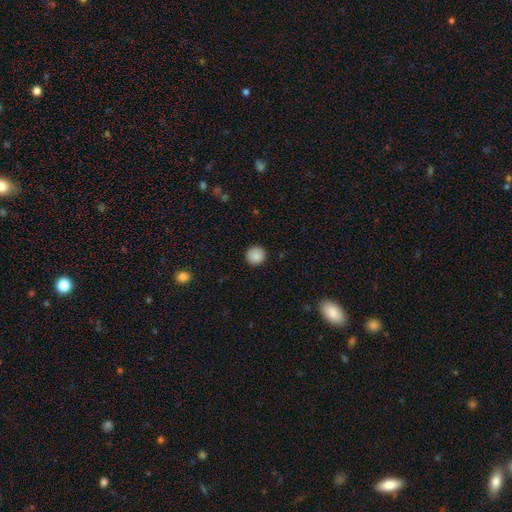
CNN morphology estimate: smooth_or_featured: smooth (p=0.88) [alt: star or artifact p=0.08]
how_rounded: round (p=0.93) [alt: in between p=0.06]
merging: none (p=0.91) [alt: minor disturbance p=0.06]